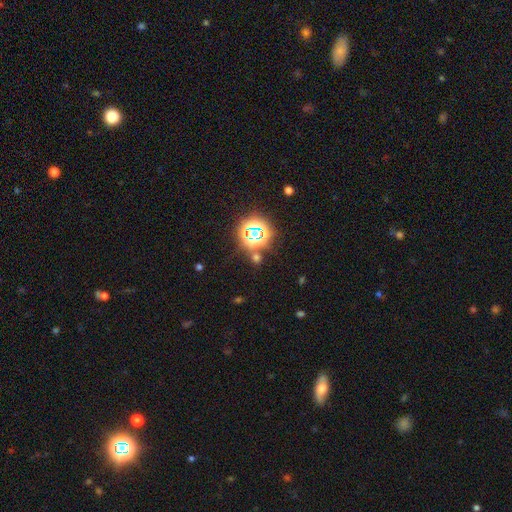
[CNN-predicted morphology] Smooth or featured? star or artifact (69%)